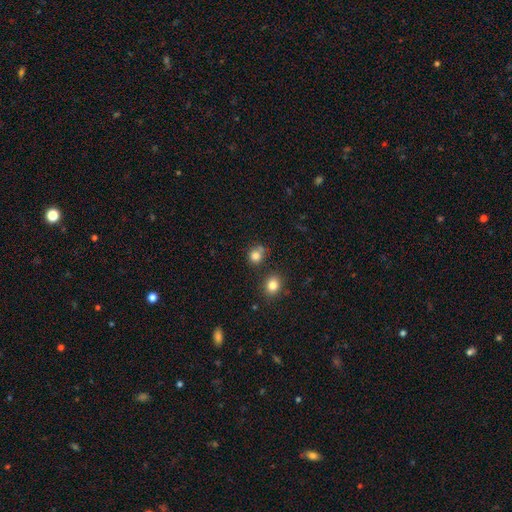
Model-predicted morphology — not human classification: smooth-or-featured: smooth: 80% | star or artifact: 14% | featured or disk: 6%
  how-rounded: round: 83% | in between: 16% | cigar-shaped: 1%
  merging: none: 65% | merger: 16% | minor disturbance: 14% | major disturbance: 5%